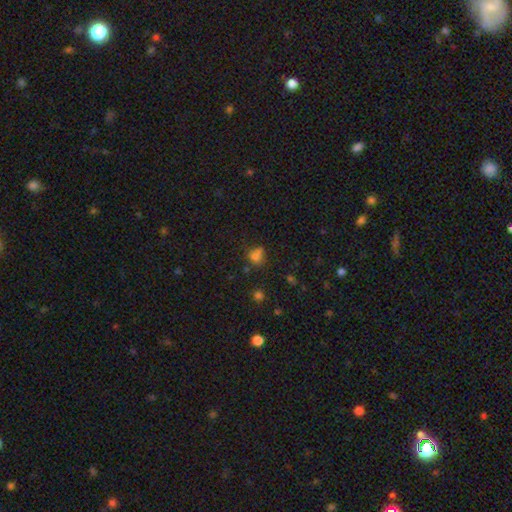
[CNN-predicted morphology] smooth_or_featured: smooth (p=0.68) [alt: star or artifact p=0.21]
how_rounded: round (p=0.69) [alt: in between p=0.29]
merging: none (p=0.52) [alt: merger p=0.22]